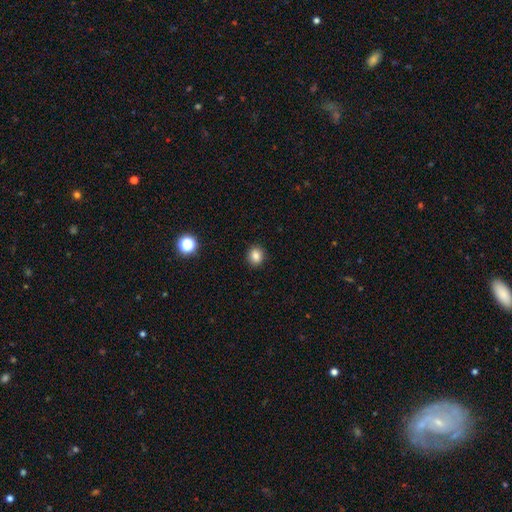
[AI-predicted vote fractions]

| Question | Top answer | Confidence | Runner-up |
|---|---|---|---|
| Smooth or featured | smooth | 84% | star or artifact (11%) |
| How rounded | round | 73% | in between (27%) |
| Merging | none | 91% | minor disturbance (6%) |